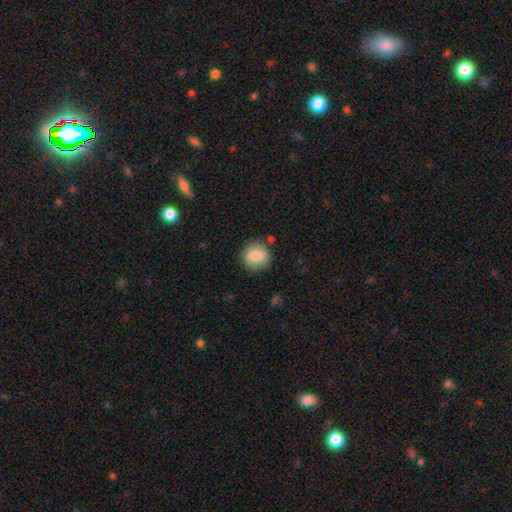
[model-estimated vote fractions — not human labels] This appears to be a smooth galaxy with no disk features (81%) that is round (82%). Merging: none (82%).